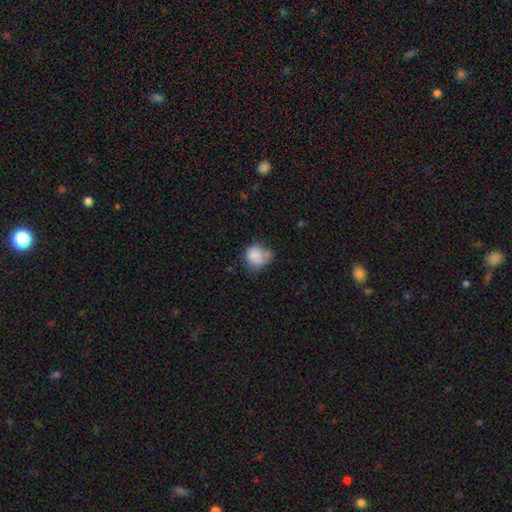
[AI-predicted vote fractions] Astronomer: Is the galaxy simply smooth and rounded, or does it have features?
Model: smooth — 82%.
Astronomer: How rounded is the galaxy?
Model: round — 74%.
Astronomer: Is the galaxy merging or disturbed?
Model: none — 46% (runner-up: minor disturbance, 35%).